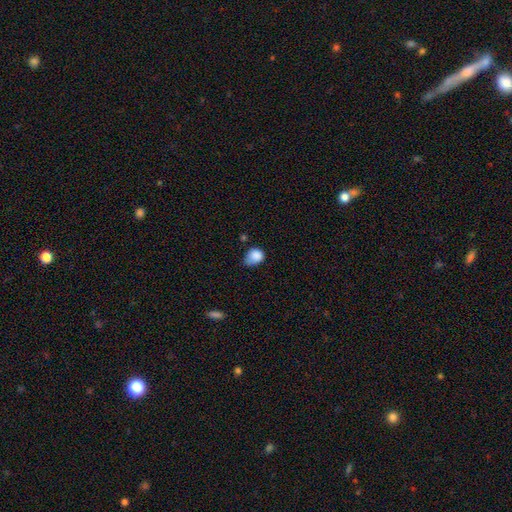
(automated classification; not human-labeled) A smooth galaxy with no disk features (85%) that is in between round and cigar-shaped (50%).

Vote fractions:
- Smooth or featured? smooth: 85% / star or artifact: 9% / featured or disk: 6%
- How rounded? in between: 50% / round: 49% / cigar-shaped: 1%
- Merging? minor disturbance: 46% / none: 36% / major disturbance: 13% / merger: 5%